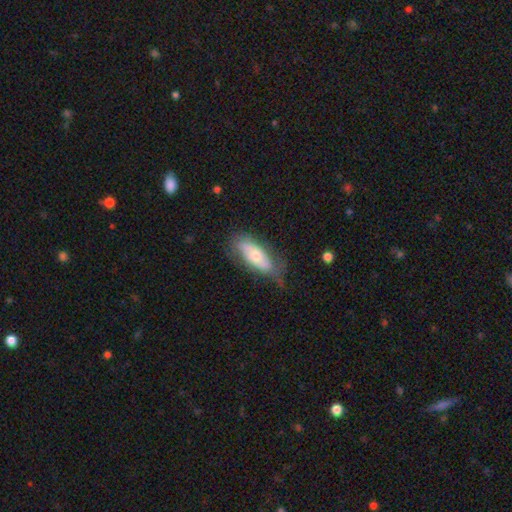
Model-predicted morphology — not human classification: smooth_or_featured: smooth (p=0.53) [alt: featured or disk p=0.41]
how_rounded: in between (p=0.73) [alt: cigar-shaped p=0.24]
merging: none (p=0.62) [alt: minor disturbance p=0.28]